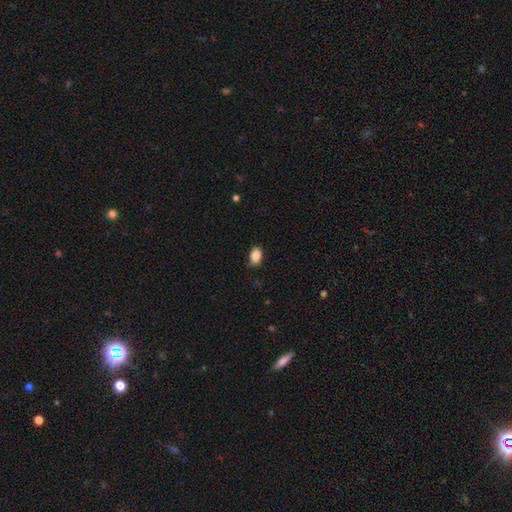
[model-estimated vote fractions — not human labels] smooth_or_featured: smooth (p=0.88) [alt: star or artifact p=0.08]
how_rounded: in between (p=0.82) [alt: round p=0.17]
merging: none (p=0.85) [alt: minor disturbance p=0.12]